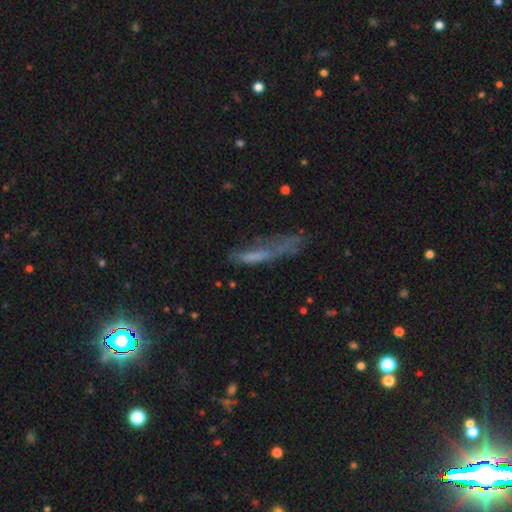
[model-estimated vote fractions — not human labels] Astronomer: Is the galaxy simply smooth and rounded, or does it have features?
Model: smooth — 55% (runner-up: featured or disk, 32%).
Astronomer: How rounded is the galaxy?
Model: cigar-shaped — 80%.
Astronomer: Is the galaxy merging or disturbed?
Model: major disturbance — 35% (runner-up: none, 33%).